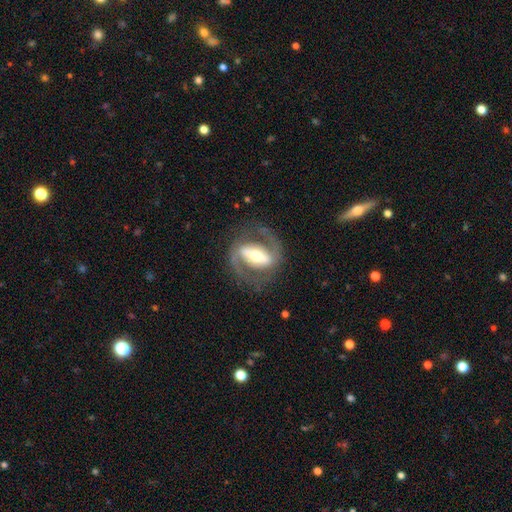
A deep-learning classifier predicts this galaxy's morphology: Smooth or featured? Predicted: featured or disk (p=0.86). Edge-on disk? Predicted: no (p=0.95). Bar? Predicted: strong (p=0.66). Spiral arms? Predicted: yes (p=0.91). Spiral winding? Predicted: medium (p=0.55). Spiral arm count? Predicted: 2 (p=0.91). Bulge size? Predicted: moderate (p=0.58). Merging? Predicted: none (p=0.78).